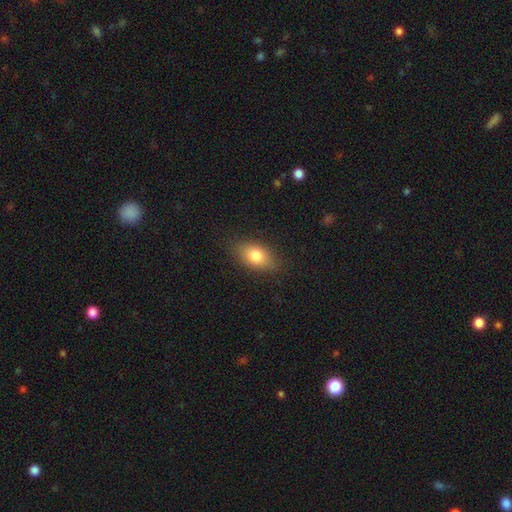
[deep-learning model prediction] smooth 80%, featured or disk 12%, star or artifact 8%. Down the decision tree: how rounded — in between (85%); merging — none (83%).